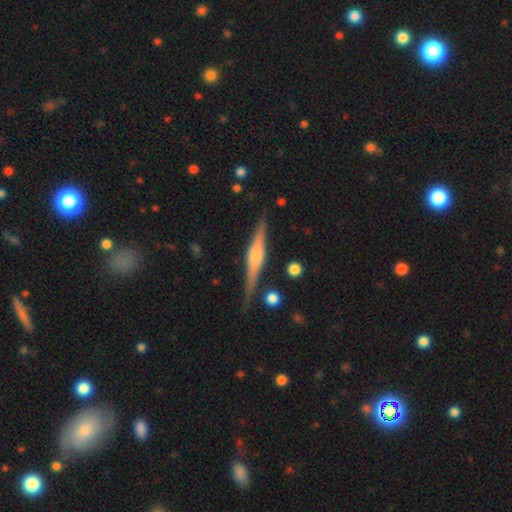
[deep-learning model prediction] Smooth or featured?
  - featured or disk: 74% *
  - smooth: 20%
  - star or artifact: 6%
Edge-on disk?
  - yes: 97% *
  - no: 3%
Edge-on bulge?
  - rounded: 68% *
  - boxy: 26%
  - none: 6%
Merging?
  - none: 83% *
  - minor disturbance: 12%
  - major disturbance: 3%
  - merger: 2%